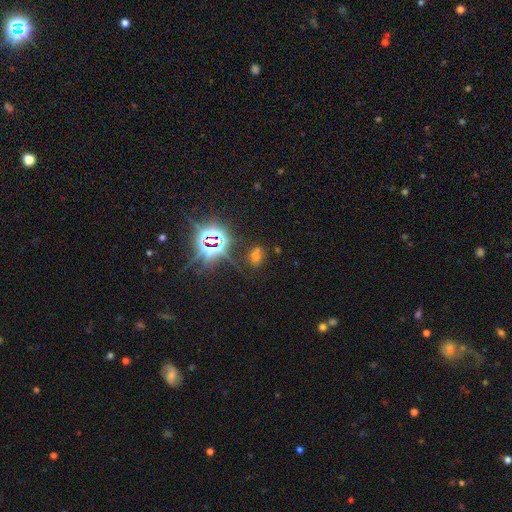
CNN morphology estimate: This is possibly a star or artifact rather than a galaxy (49%).